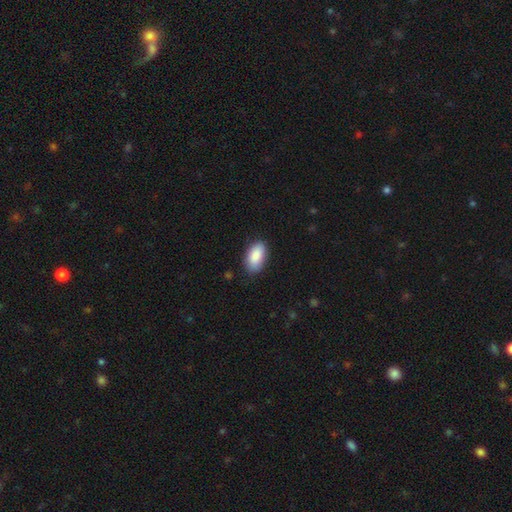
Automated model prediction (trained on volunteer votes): Smooth or featured? Predicted: smooth (p=0.89). How rounded? Predicted: in between (p=0.95). Merging? Predicted: none (p=0.85).